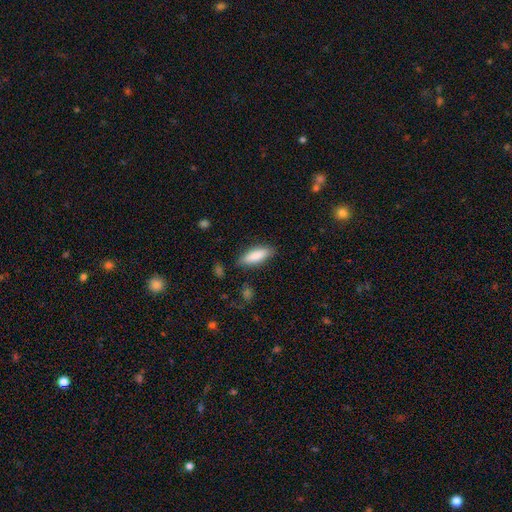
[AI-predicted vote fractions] This is clearly a smooth galaxy (85%). How rounded: possibly in between (56%). Merging: clearly none (84%).